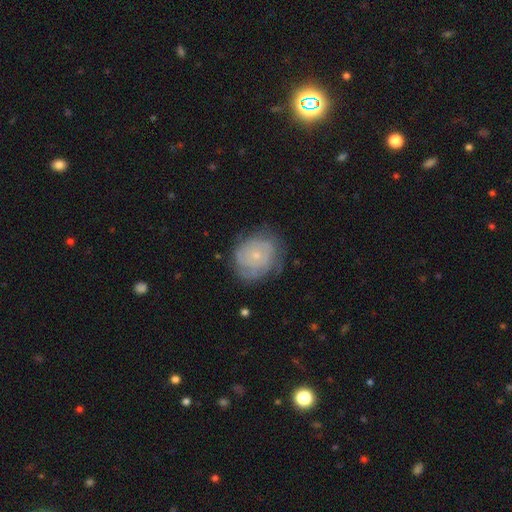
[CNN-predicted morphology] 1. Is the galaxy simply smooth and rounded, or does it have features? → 61% featured or disk, 31% smooth, 8% star or artifact.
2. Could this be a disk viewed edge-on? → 97% no, 3% yes.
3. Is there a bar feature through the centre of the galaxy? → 85% no, 13% weak, 2% strong.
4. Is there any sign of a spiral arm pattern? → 79% yes, 21% no.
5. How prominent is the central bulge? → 79% small, 15% moderate, 3% none, 1% large, 1% dominant.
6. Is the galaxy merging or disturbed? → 68% none, 22% minor disturbance, 9% major disturbance, 1% merger.